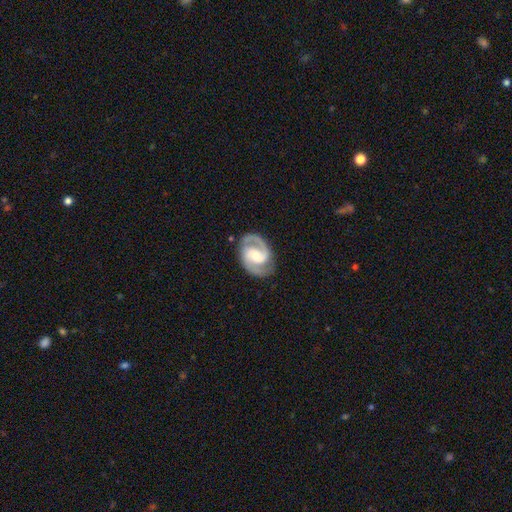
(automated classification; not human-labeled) smooth-or-featured: featured or disk: 91% | smooth: 5% | star or artifact: 4%
  disk-edge-on: no: 98% | yes: 2%
    bar: weak: 44% | no: 36% | strong: 20%
    has-spiral-arms: yes: 98% | no: 2%
      spiral-winding: medium: 54% | tight: 37% | loose: 8%
      spiral-arm-count: 2: 93% | can't tell: 2% | 3: 2% | 1: 1% | 4: 1% | more than 4: 1%
    bulge-size: moderate: 57% | small: 36% | large: 4% | none: 2% | dominant: 1%
  merging: none: 84% | minor disturbance: 11% | major disturbance: 3% | merger: 1%